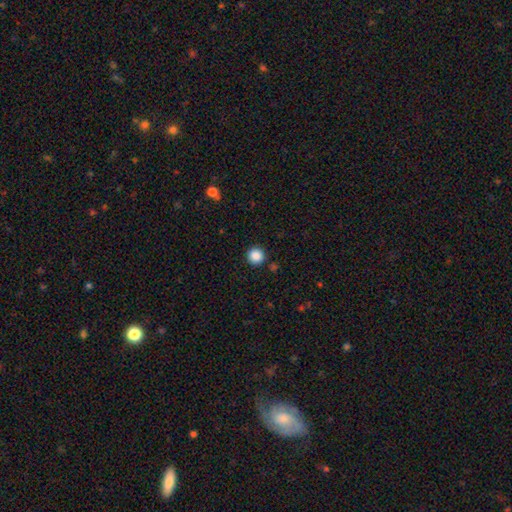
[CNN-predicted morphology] A smooth galaxy with no disk features (87%) that is round (95%).

Vote fractions:
- Smooth or featured? smooth: 87% / star or artifact: 10% / featured or disk: 3%
- How rounded? round: 95% / in between: 4% / cigar-shaped: 1%
- Merging? none: 91% / minor disturbance: 5% / major disturbance: 2% / merger: 2%